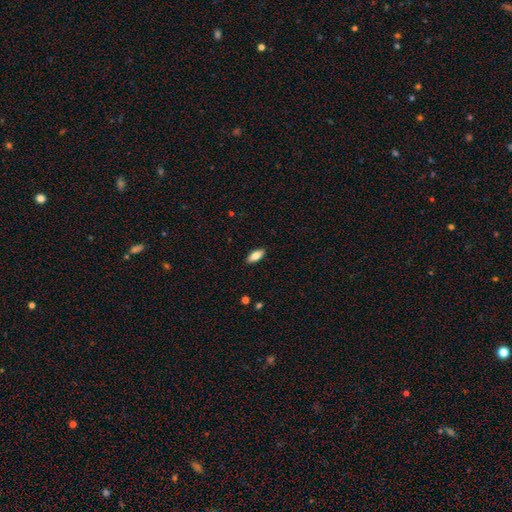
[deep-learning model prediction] A smooth galaxy with no disk features (82%) that is in between round and cigar-shaped (82%).

Vote fractions:
- Smooth or featured? smooth: 82% / featured or disk: 12% / star or artifact: 7%
- How rounded? in between: 82% / cigar-shaped: 16% / round: 2%
- Merging? none: 89% / minor disturbance: 8% / major disturbance: 2% / merger: 1%